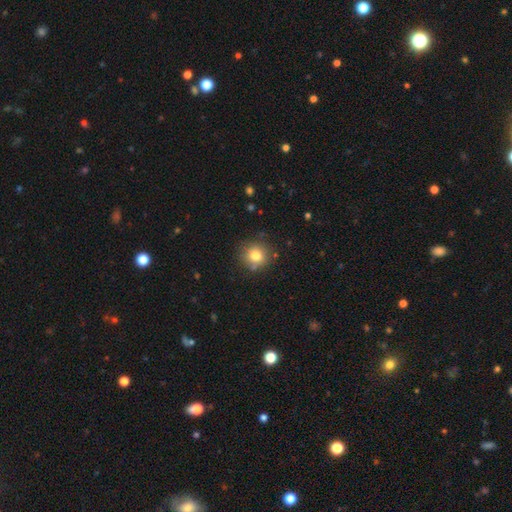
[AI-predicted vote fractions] A smooth galaxy with no disk features (78%) that is round (92%).

Vote fractions:
- Smooth or featured? smooth: 78% / star or artifact: 12% / featured or disk: 10%
- How rounded? round: 92% / in between: 7% / cigar-shaped: 1%
- Merging? none: 83% / minor disturbance: 11% / merger: 3% / major disturbance: 3%